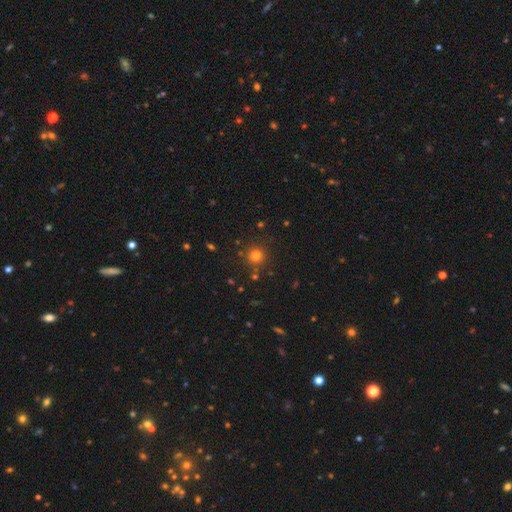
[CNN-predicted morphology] A smooth galaxy with no disk features (77%) that is round (95%). Merging: none (85%).